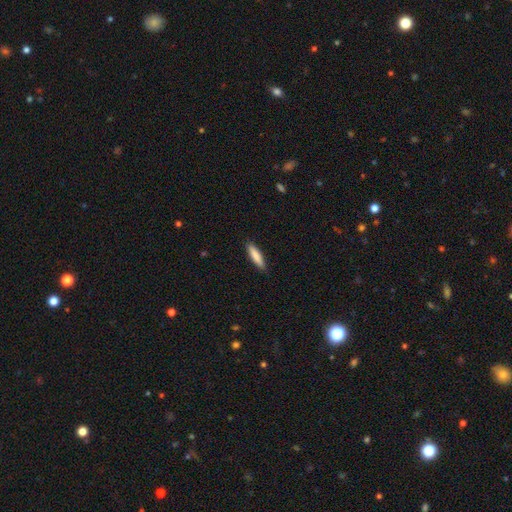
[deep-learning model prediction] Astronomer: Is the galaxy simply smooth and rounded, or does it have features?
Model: smooth — 85%.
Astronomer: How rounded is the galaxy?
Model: cigar-shaped — 75%.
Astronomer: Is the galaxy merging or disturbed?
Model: none — 88%.